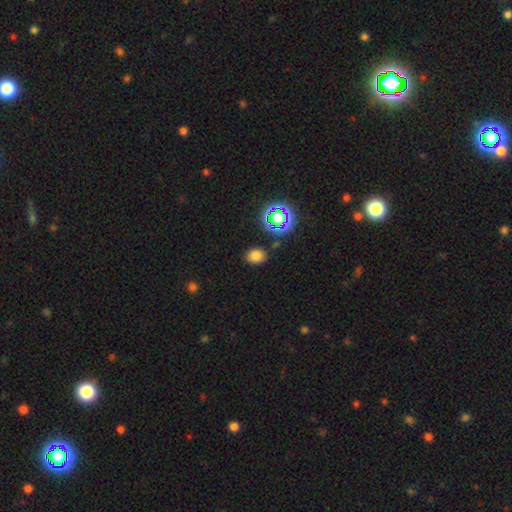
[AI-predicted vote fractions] smooth_or_featured: smooth (p=0.74) [alt: star or artifact p=0.19]
how_rounded: in between (p=0.67) [alt: round p=0.32]
merging: none (p=0.84) [alt: minor disturbance p=0.10]